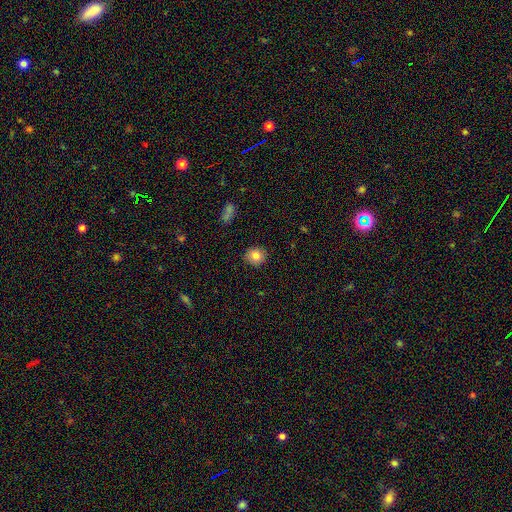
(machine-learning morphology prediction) The model was most divided on "how rounded": round: 86%, in between: 13%, cigar-shaped: 1%. More confident: merging — none (90%); smooth or featured — smooth (83%).